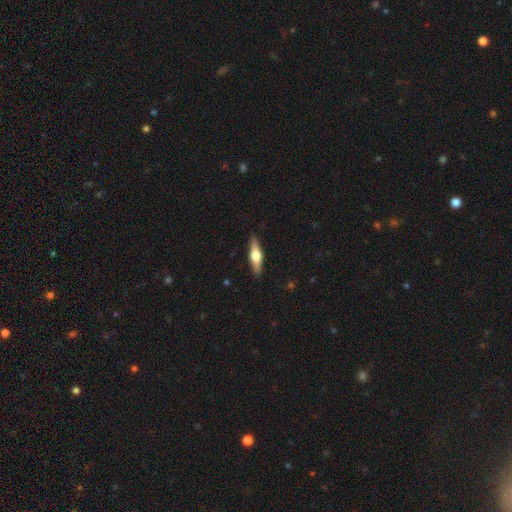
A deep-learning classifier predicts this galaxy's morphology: Smooth or featured: featured or disk — 57% (smooth — 37%)
Edge-on disk: yes — 95% (no — 5%)
Edge-on bulge: rounded — 92% (boxy — 6%)
Merging: none — 89% (minor disturbance — 8%)